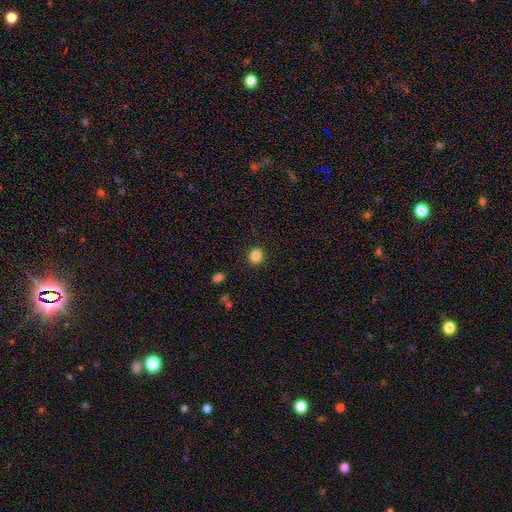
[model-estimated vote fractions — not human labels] Morphology: type=smooth (85%); roundness=round (90%); merging=none (91%).